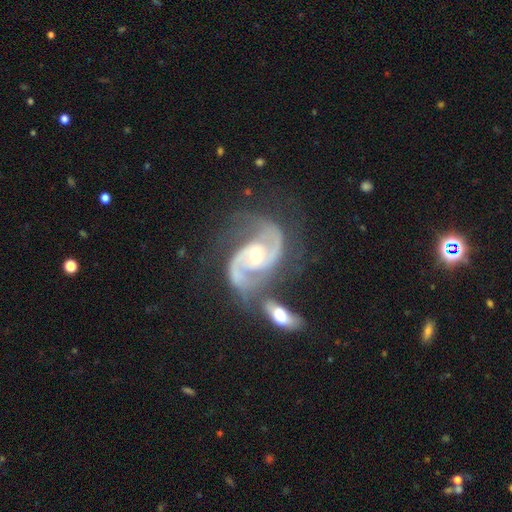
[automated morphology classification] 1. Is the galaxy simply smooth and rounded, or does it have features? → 93% featured or disk, 4% star or artifact, 3% smooth.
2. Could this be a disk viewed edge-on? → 98% no, 2% yes.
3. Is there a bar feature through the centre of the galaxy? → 42% no, 39% weak, 19% strong.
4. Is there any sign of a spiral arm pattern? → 98% yes, 2% no.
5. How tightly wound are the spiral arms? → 58% medium, 22% tight, 20% loose.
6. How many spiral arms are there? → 92% 2, 2% can't tell, 2% 3, 2% 1, 1% 4, 1% more than 4.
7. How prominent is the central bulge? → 73% moderate, 19% small, 6% large, 1% none, 1% dominant.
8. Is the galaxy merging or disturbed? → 38% none, 32% merger, 17% minor disturbance, 13% major disturbance.